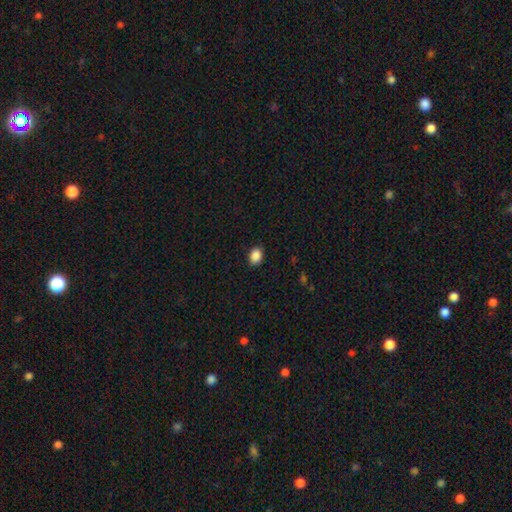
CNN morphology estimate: Smooth or featured?
  - smooth: 89% *
  - star or artifact: 9%
  - featured or disk: 3%
How rounded?
  - in between: 70% *
  - round: 29%
  - cigar-shaped: 1%
Merging?
  - none: 89% *
  - minor disturbance: 8%
  - major disturbance: 2%
  - merger: 1%